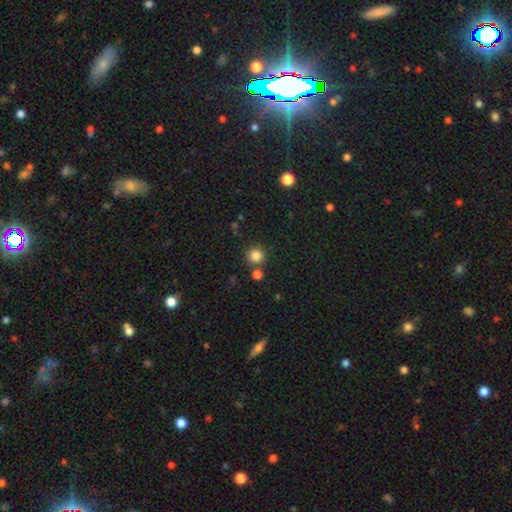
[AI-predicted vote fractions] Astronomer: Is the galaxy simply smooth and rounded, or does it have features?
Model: smooth — 83%.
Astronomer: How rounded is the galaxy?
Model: round — 93%.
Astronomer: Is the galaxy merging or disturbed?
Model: none — 79%.